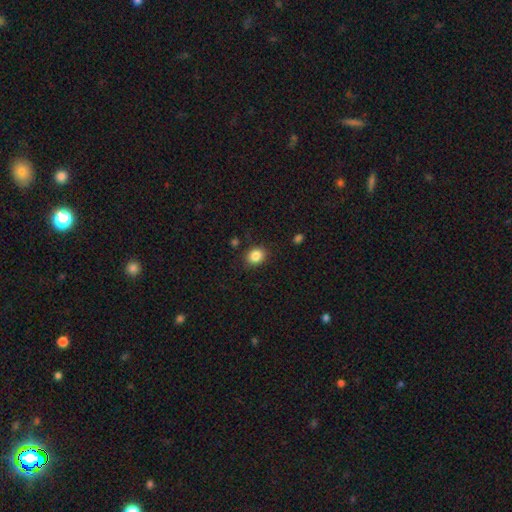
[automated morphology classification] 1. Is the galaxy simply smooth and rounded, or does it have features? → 86% smooth, 10% star or artifact, 5% featured or disk.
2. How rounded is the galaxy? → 52% round, 48% in between, 1% cigar-shaped.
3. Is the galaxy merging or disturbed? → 85% none, 10% minor disturbance, 3% major disturbance, 2% merger.